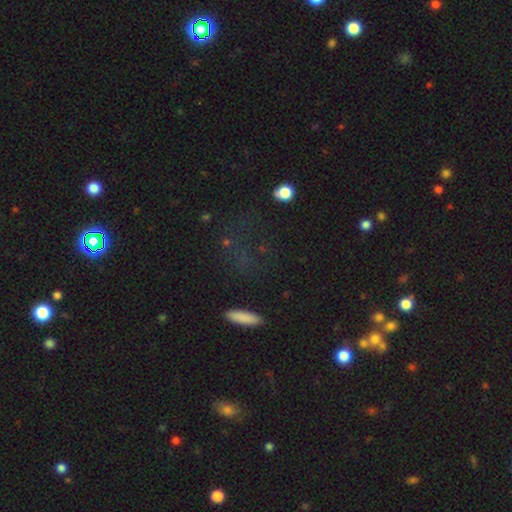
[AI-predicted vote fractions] smooth-or-featured: star or artifact: 58% | smooth: 28% | featured or disk: 14%